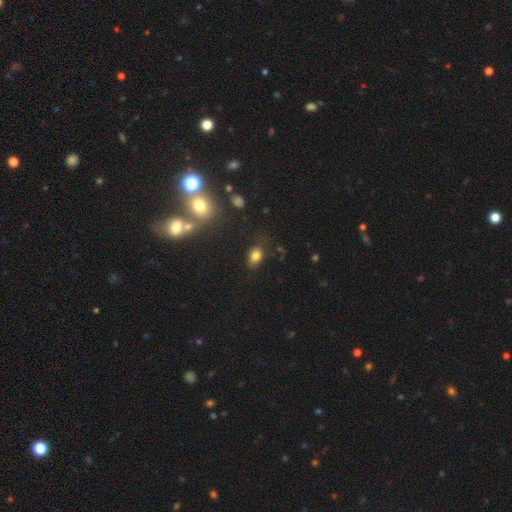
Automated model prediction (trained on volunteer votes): smooth_or_featured: smooth (p=0.79) [alt: star or artifact p=0.13]
how_rounded: in between (p=0.77) [alt: round p=0.21]
merging: none (p=0.74) [alt: minor disturbance p=0.17]